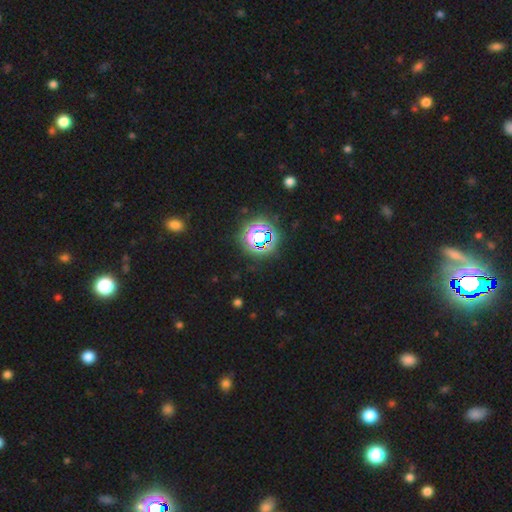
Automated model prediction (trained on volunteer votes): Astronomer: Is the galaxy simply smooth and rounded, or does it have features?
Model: star or artifact — 76%.